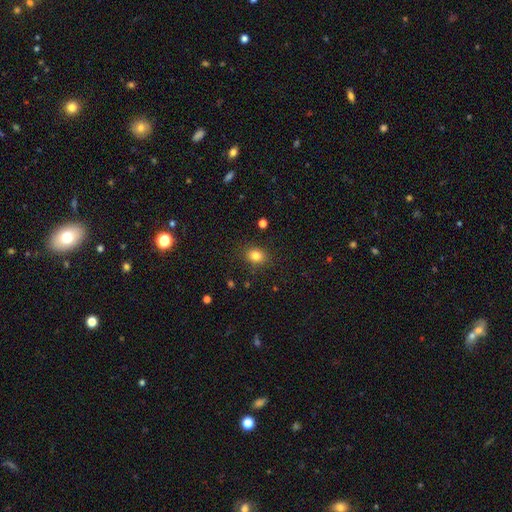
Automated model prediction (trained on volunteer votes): This is clearly a smooth galaxy (82%). How rounded: possibly in between (56%). Merging: clearly none (86%).